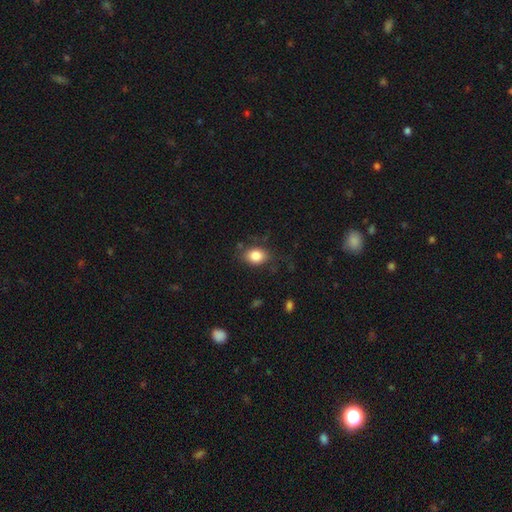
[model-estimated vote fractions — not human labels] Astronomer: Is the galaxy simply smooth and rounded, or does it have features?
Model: smooth — 84%.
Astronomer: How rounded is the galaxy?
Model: in between — 64%.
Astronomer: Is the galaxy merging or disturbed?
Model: none — 74%.